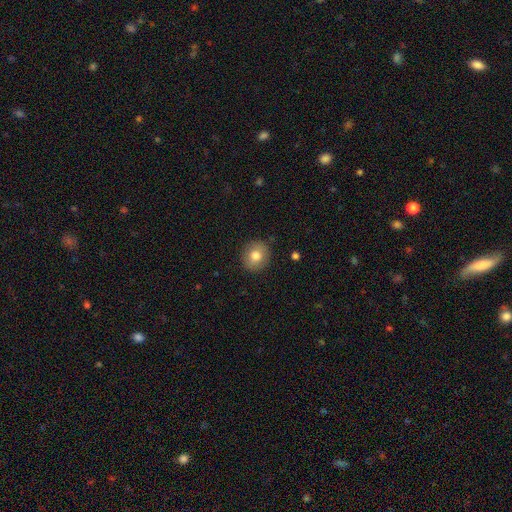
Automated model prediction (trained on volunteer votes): smooth_or_featured: smooth (p=0.78) [alt: featured or disk p=0.13]
how_rounded: round (p=0.84) [alt: in between p=0.15]
merging: none (p=0.89) [alt: minor disturbance p=0.08]